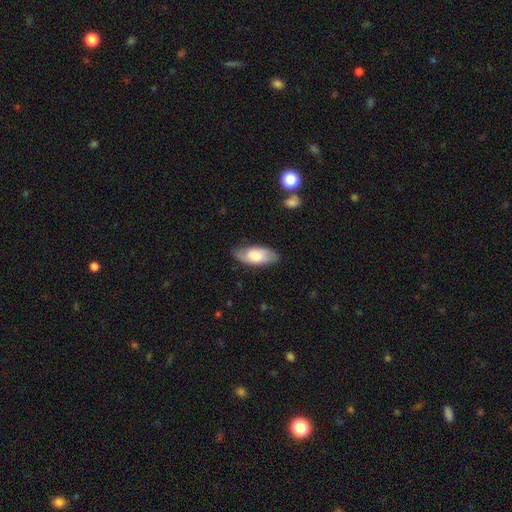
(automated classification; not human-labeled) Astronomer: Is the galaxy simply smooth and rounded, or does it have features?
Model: smooth — 58% (runner-up: featured or disk, 36%).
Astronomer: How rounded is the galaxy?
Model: in between — 88%.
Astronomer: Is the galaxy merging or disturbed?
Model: none — 77%.